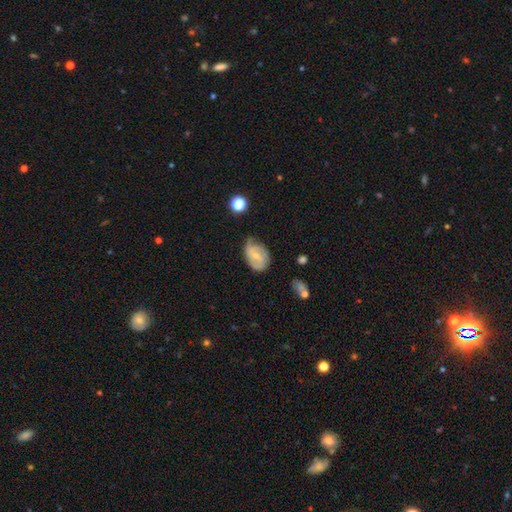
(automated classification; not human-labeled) Smooth or featured?
  - featured or disk: 60% *
  - smooth: 33%
  - star or artifact: 7%
Edge-on disk?
  - no: 97% *
  - yes: 3%
Bar?
  - weak: 49% *
  - no: 35%
  - strong: 16%
Spiral arms?
  - yes: 84% *
  - no: 16%
Bulge size?
  - small: 63% *
  - moderate: 28%
  - none: 7%
  - large: 1%
  - dominant: 1%
Merging?
  - none: 52% *
  - minor disturbance: 35%
  - major disturbance: 11%
  - merger: 3%